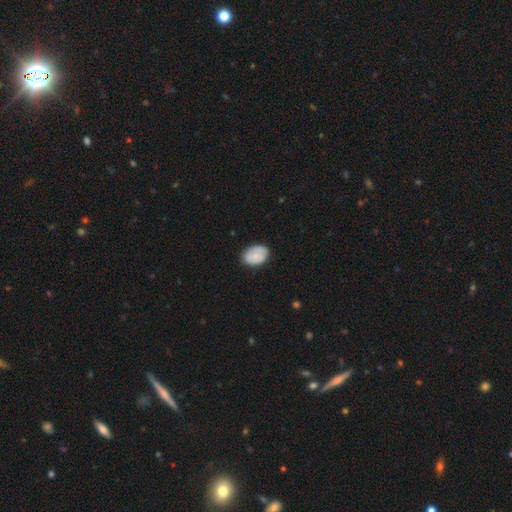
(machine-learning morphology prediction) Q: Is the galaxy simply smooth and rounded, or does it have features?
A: smooth — 73%.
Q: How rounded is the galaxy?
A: in between — 83%.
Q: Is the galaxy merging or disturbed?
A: none — 77%.